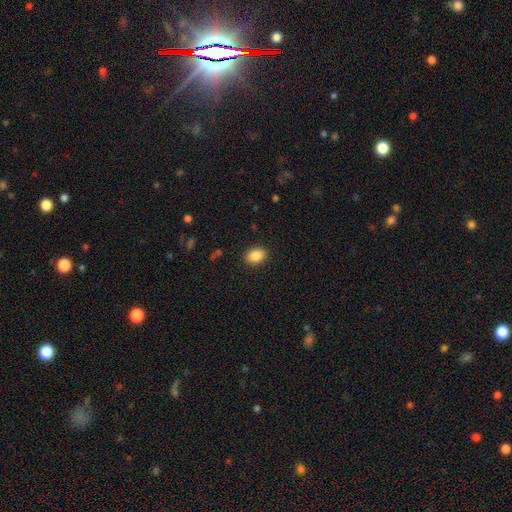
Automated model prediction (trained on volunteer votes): Q: Smooth or featured?
A: smooth (88%); runner-up: star or artifact (8%)
Q: How rounded?
A: in between (76%); runner-up: round (23%)
Q: Merging?
A: none (89%); runner-up: minor disturbance (8%)